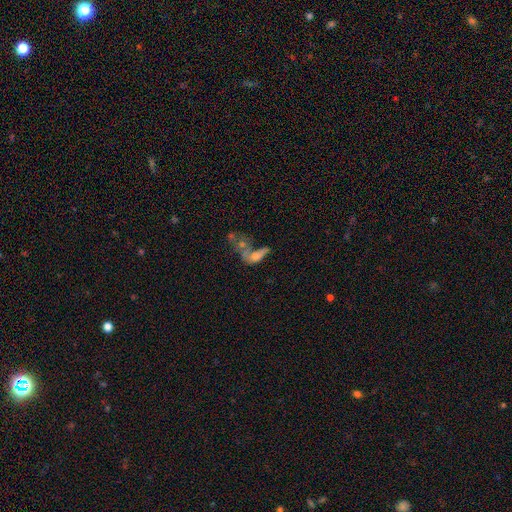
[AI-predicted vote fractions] The model was most divided on "smooth or featured": smooth: 51%, featured or disk: 36%, star or artifact: 13%. More confident: how rounded — in between (71%); merging — merger (53%).